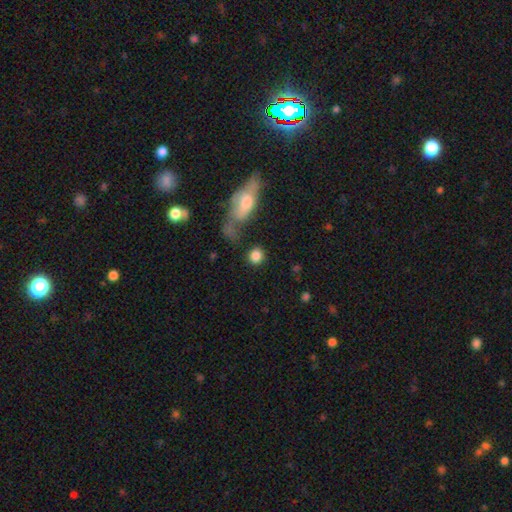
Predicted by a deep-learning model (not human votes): Overall: smooth (85%). How rounded: round (84%). Merging: none (76%).